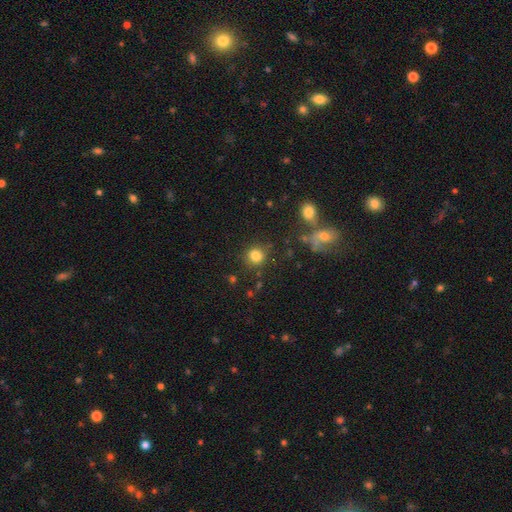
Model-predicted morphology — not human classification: Smooth or featured?
  - smooth: 81% *
  - star or artifact: 12%
  - featured or disk: 6%
How rounded?
  - round: 85% *
  - in between: 14%
  - cigar-shaped: 1%
Merging?
  - none: 82% *
  - minor disturbance: 10%
  - merger: 4%
  - major disturbance: 4%